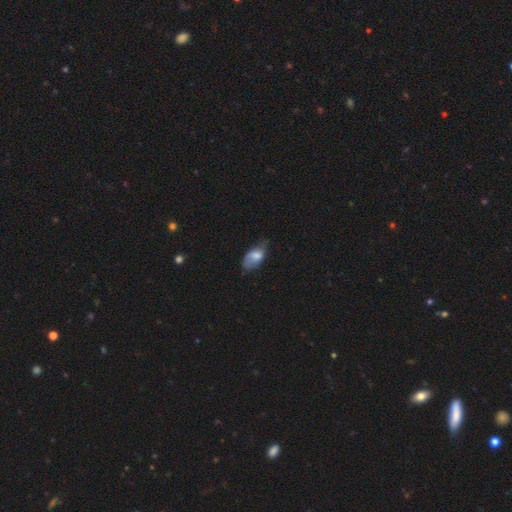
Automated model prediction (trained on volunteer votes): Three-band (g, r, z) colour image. It shows a smooth galaxy with no disk features (67%) that is in between round and cigar-shaped (91%). Merging: none (42%).